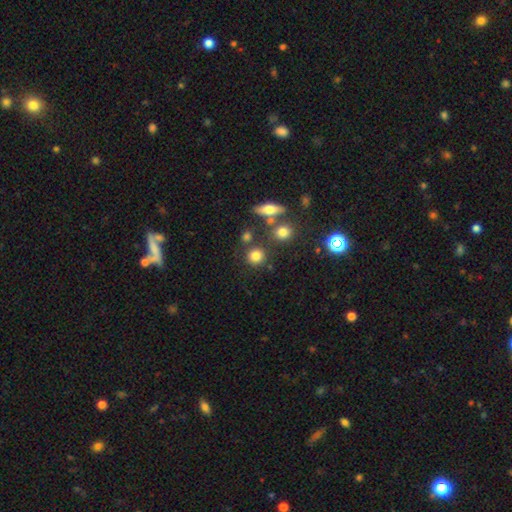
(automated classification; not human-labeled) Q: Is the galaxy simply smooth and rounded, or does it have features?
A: smooth — 79%.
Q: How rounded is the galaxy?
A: round — 87%.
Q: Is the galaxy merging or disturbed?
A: none — 75%.